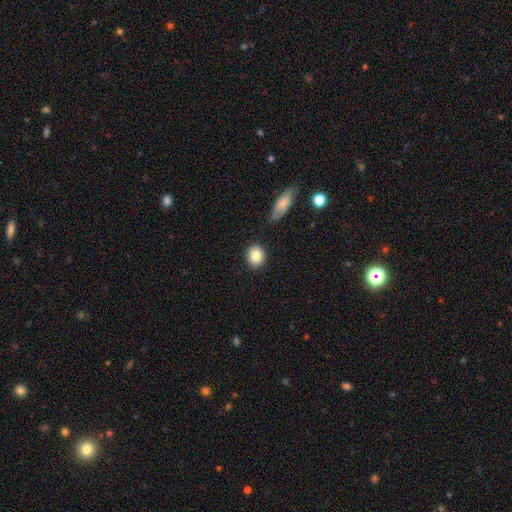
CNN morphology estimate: Overall: smooth (84%). How rounded: round (73%). Merging: none (87%).